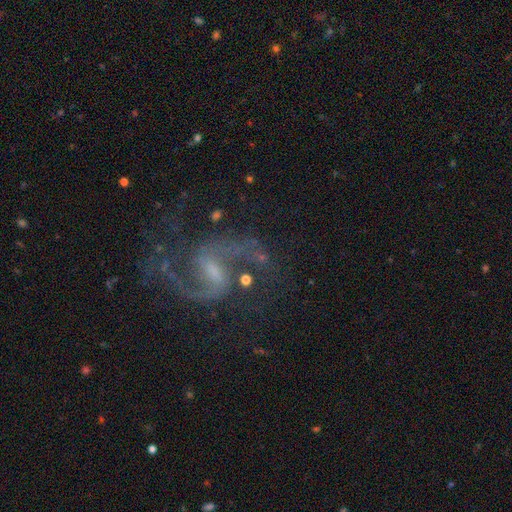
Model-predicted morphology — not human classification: This appears to be a featured or disk galaxy (90%) with a weak bar (59%), 2 (93%) medium (55%) spiral arms (98%) and a small central bulge (52%). Merging: none (73%).